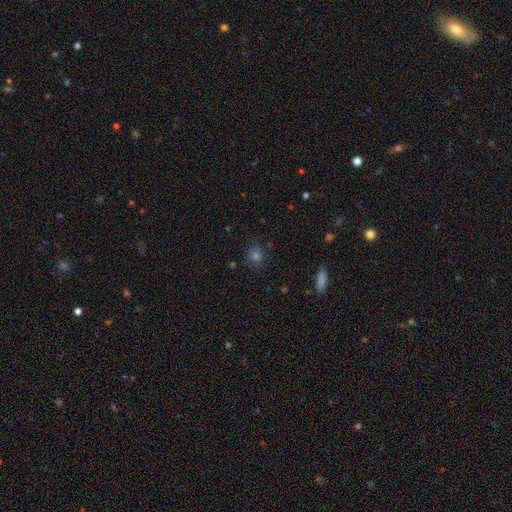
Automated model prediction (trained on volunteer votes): Q: Smooth or featured?
A: smooth (68%); runner-up: star or artifact (24%)
Q: How rounded?
A: round (78%); runner-up: in between (20%)
Q: Merging?
A: none (85%); runner-up: minor disturbance (10%)